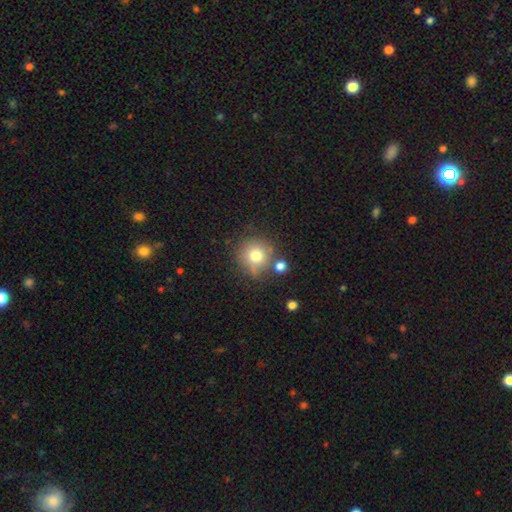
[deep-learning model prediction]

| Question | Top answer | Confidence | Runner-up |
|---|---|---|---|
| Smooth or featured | smooth | 75% | featured or disk (12%) |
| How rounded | round | 92% | in between (7%) |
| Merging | none | 69% | minor disturbance (14%) |